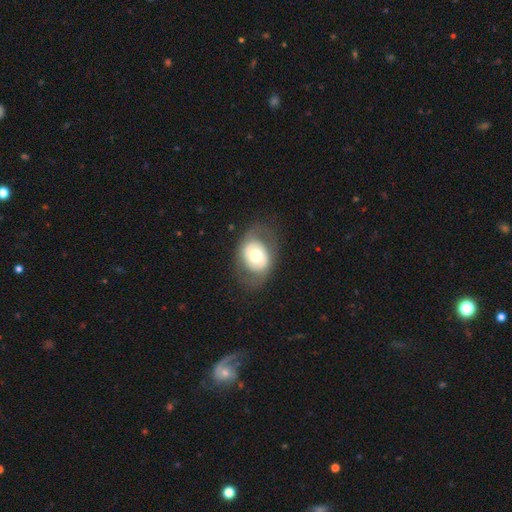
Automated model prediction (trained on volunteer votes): smooth-or-featured: featured or disk: 52% | smooth: 42% | star or artifact: 6%
  disk-edge-on: no: 94% | yes: 6%
  merging: none: 73% | minor disturbance: 16% | major disturbance: 11% | merger: 1%